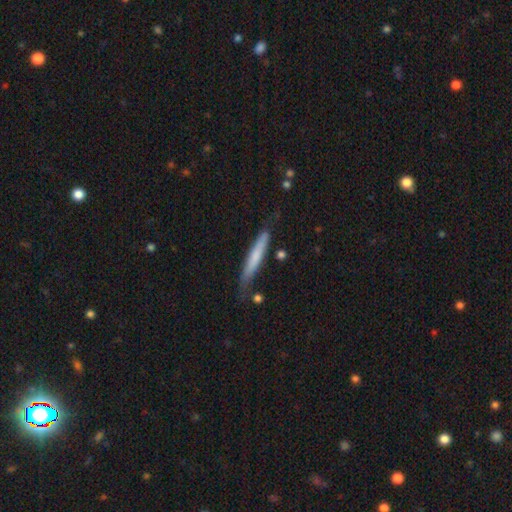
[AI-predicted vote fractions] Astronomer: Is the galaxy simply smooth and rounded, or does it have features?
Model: smooth — 64%.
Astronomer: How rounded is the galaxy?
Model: cigar-shaped — 94%.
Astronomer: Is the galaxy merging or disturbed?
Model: none — 71%.